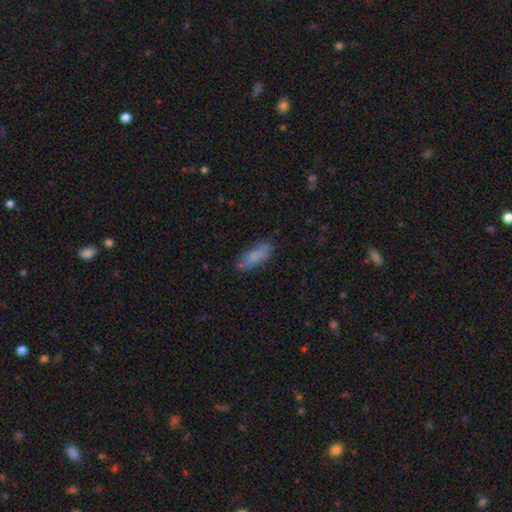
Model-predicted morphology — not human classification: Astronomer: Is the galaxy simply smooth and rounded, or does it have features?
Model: smooth — 72%.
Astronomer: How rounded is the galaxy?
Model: in between — 64%.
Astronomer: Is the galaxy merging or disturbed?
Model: none — 69%.